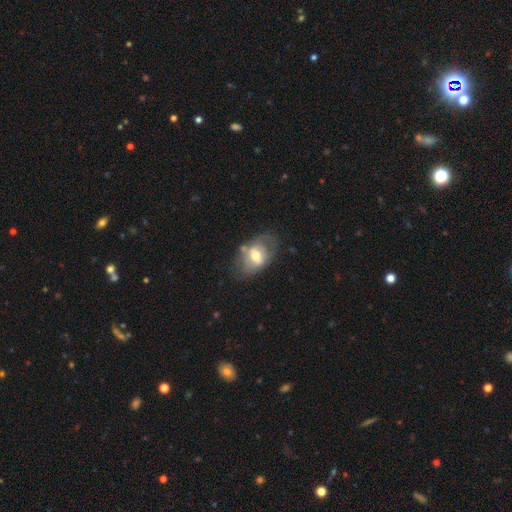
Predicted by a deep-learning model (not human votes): Smooth or featured?
  - featured or disk: 49% *
  - smooth: 44%
  - star or artifact: 7%
Merging?
  - none: 56% *
  - minor disturbance: 24%
  - major disturbance: 14%
  - merger: 6%